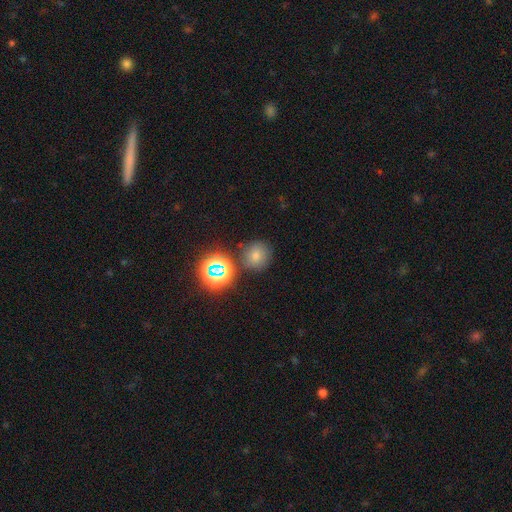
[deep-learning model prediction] Overall: smooth (52%; star or artifact 37%). How rounded: round (90%). Merging: none (82%).